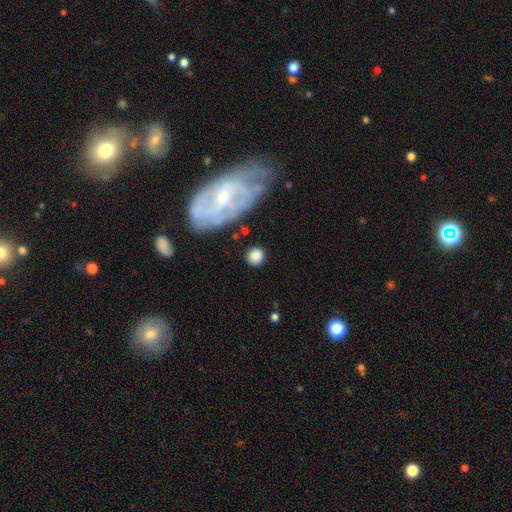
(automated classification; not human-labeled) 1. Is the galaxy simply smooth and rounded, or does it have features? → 80% smooth, 13% featured or disk, 7% star or artifact.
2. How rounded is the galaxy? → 86% round, 12% in between, 2% cigar-shaped.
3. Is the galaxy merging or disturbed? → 81% none, 11% minor disturbance, 5% major disturbance, 4% merger.